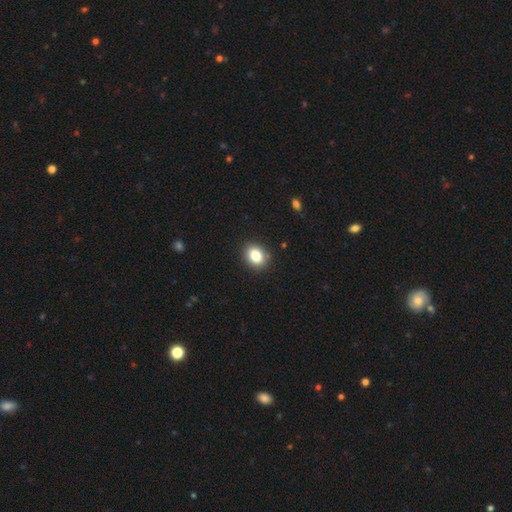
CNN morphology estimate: Q: Smooth or featured?
A: smooth (84%); runner-up: star or artifact (10%)
Q: How rounded?
A: in between (52%); runner-up: round (47%)
Q: Merging?
A: none (89%); runner-up: minor disturbance (8%)